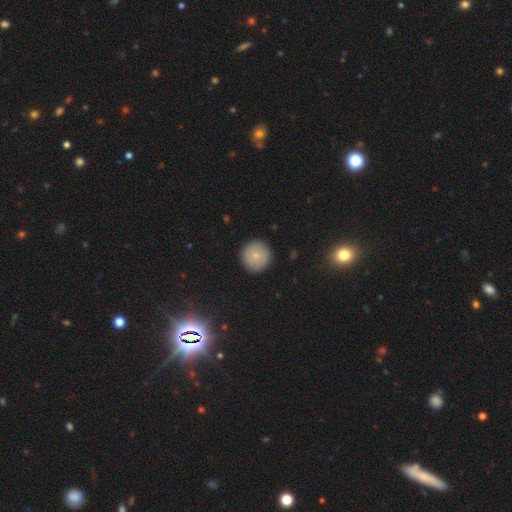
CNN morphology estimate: Smooth or featured: smooth — 79% (featured or disk — 13%)
How rounded: round — 95% (in between — 4%)
Merging: none — 90% (minor disturbance — 7%)